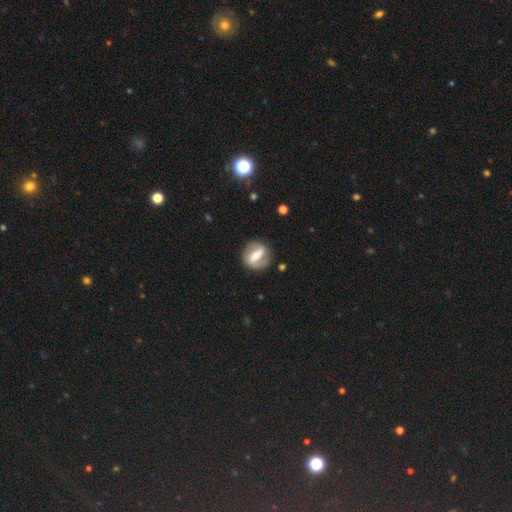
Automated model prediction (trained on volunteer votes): smooth-or-featured: featured or disk: 71% | smooth: 23% | star or artifact: 6%
  disk-edge-on: no: 92% | yes: 8%
    bar: strong: 68% | weak: 24% | no: 8%
    has-spiral-arms: yes: 69% | no: 31%
    bulge-size: moderate: 51% | small: 26% | large: 15% | none: 5% | dominant: 3%
  merging: none: 82% | minor disturbance: 11% | major disturbance: 5% | merger: 2%